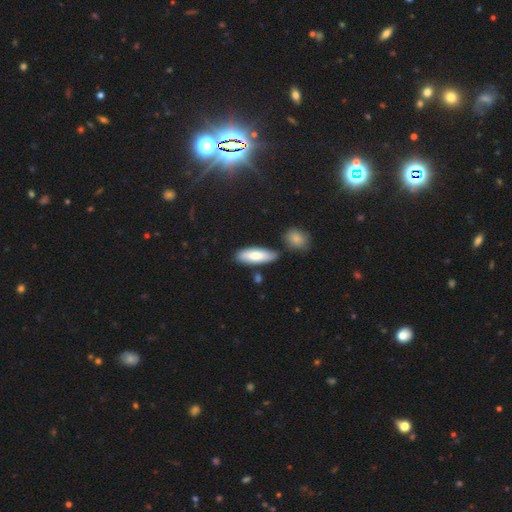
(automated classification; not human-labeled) Q: Smooth or featured?
A: smooth (77%); runner-up: featured or disk (17%)
Q: How rounded?
A: in between (64%); runner-up: cigar-shaped (34%)
Q: Merging?
A: none (76%); runner-up: minor disturbance (13%)